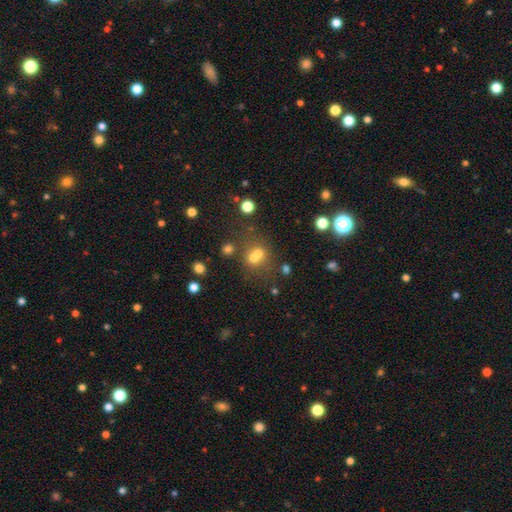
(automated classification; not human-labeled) This appears to be a smooth galaxy with no disk features (61%) that is round (70%). Merging: merger (50%).